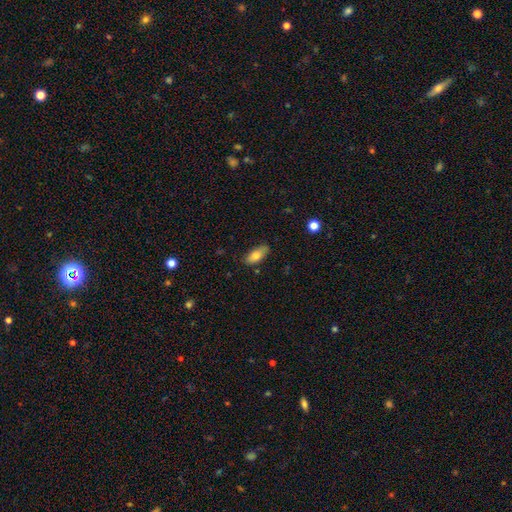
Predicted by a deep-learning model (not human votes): A smooth galaxy with no disk features (79%) that is in between round and cigar-shaped (85%). Merging: none (78%).